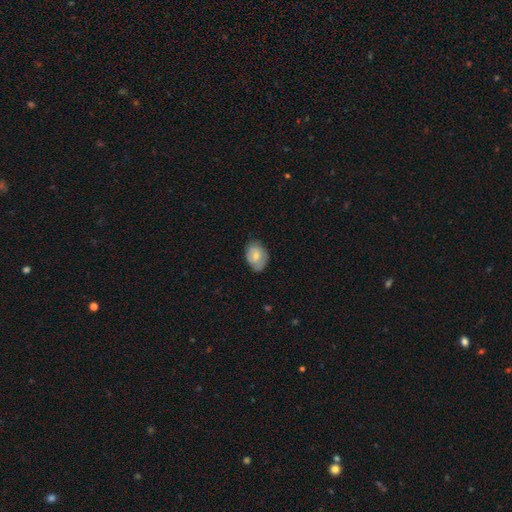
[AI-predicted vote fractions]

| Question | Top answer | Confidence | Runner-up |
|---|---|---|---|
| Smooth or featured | smooth | 69% | featured or disk (24%) |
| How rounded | in between | 75% | round (24%) |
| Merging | none | 70% | minor disturbance (24%) |